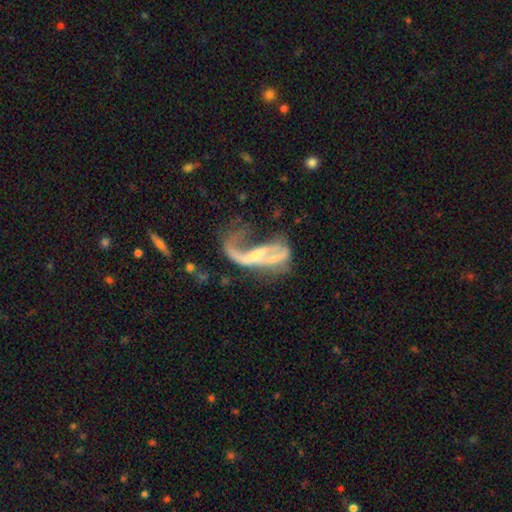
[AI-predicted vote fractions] Overall: featured or disk (68%). Edge-on disk: no (87%). Bar: no (51%; strong 25%). Spiral arms: no (54%; yes 46%). Bulge size: none (43%; small 38%). Merging: major disturbance (55%; merger 17%).